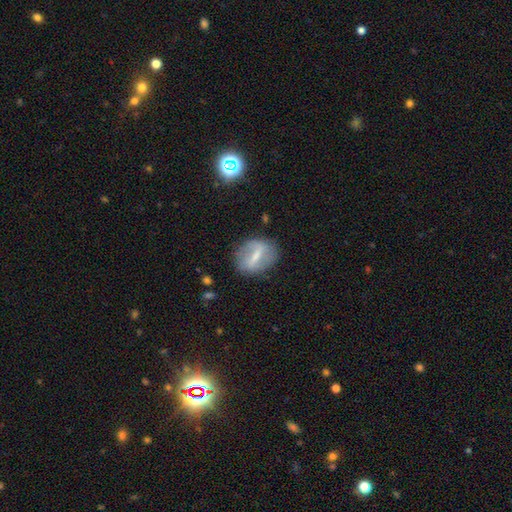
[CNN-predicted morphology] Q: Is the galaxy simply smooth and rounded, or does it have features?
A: featured or disk — 60%.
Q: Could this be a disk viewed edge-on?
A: no — 91%.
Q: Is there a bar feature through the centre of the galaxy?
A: strong — 58%.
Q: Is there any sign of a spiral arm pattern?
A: no — 59%.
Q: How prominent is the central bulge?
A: small — 45%.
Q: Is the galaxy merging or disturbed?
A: none — 77%.